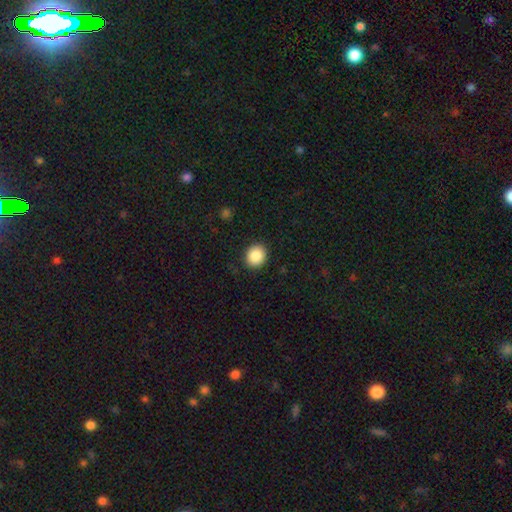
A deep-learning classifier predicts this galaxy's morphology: A smooth galaxy with no disk features (88%) that is round (73%). Merging: none (90%).